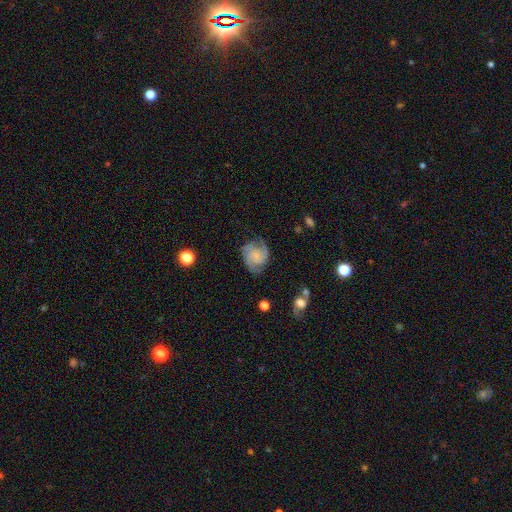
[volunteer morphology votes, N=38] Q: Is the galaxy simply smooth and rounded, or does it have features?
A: featured or disk — 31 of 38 (82%).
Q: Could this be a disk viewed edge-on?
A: no — 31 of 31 (100%).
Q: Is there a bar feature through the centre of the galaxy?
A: no — 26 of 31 (84%).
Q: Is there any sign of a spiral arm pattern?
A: yes — 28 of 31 (90%).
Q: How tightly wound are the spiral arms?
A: tight — 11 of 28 (39%).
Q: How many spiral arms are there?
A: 2 — 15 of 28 (54%).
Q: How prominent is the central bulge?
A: small — 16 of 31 (52%).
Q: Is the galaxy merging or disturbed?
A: none — 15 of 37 (41%, tied with minor disturbance).